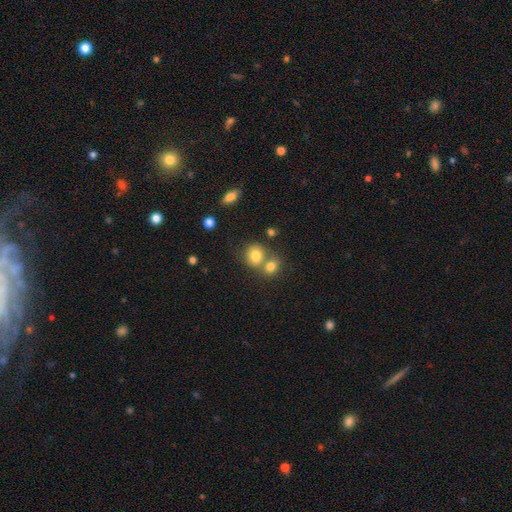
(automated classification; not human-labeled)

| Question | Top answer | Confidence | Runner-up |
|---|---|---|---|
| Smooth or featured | smooth | 78% | featured or disk (11%) |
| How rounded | round | 73% | in between (26%) |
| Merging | merger | 48% | none (39%) |